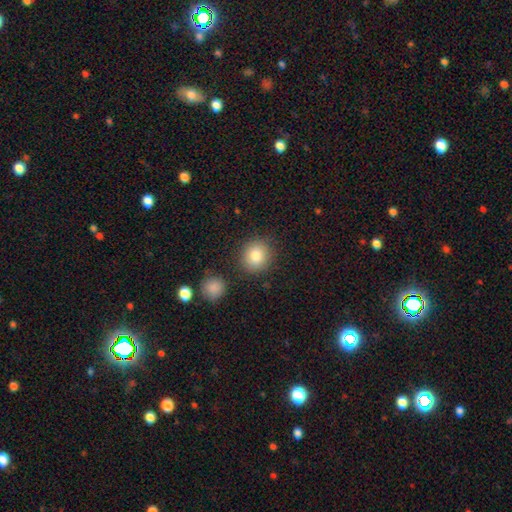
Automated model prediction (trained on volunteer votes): A smooth galaxy with no disk features (84%) that is round (83%).

Vote fractions:
- Smooth or featured? smooth: 84% / star or artifact: 9% / featured or disk: 7%
- How rounded? round: 83% / in between: 16% / cigar-shaped: 1%
- Merging? none: 83% / minor disturbance: 9% / merger: 5% / major disturbance: 3%